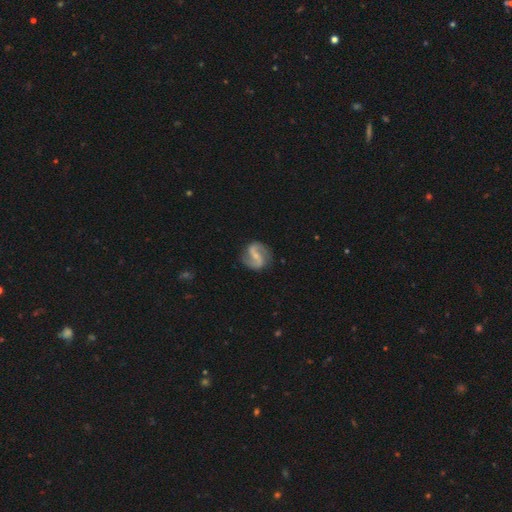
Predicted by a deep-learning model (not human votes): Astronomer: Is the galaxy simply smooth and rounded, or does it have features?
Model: featured or disk — 86%.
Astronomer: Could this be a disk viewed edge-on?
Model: no — 98%.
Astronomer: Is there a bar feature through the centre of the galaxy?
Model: strong — 42% (runner-up: weak, 41%).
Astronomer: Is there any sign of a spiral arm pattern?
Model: yes — 95%.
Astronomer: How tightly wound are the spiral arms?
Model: medium — 44% (runner-up: loose, 42%).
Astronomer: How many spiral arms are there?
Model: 2 — 93%.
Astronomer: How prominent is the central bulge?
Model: small — 61%.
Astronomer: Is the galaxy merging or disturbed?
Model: none — 83%.